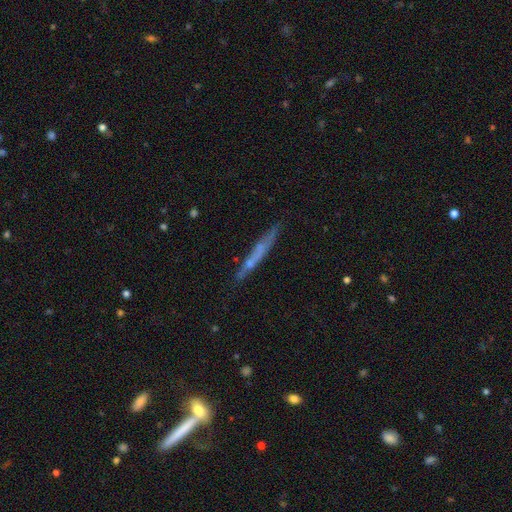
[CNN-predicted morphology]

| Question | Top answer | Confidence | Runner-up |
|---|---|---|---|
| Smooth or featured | featured or disk | 49% | smooth (43%) |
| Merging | none | 79% | minor disturbance (15%) |